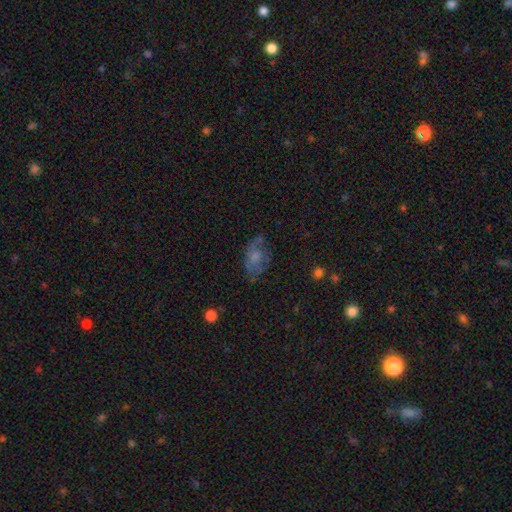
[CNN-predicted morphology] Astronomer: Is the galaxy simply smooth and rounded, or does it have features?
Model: featured or disk — 43% (runner-up: smooth, 39%).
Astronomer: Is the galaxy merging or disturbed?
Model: none — 60%.